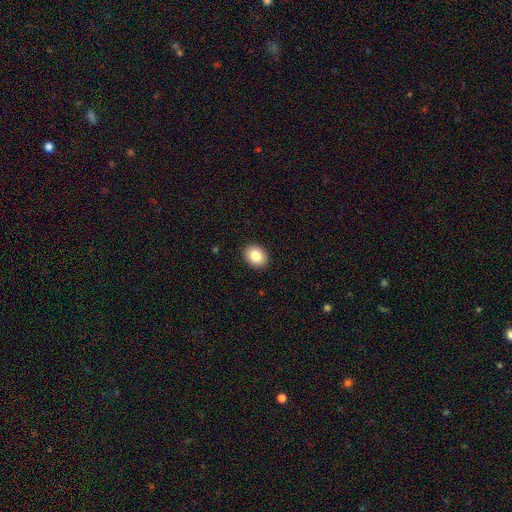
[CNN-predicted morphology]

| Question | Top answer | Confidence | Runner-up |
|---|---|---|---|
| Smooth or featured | smooth | 84% | star or artifact (9%) |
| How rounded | in between | 57% | round (42%) |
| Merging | none | 91% | minor disturbance (6%) |